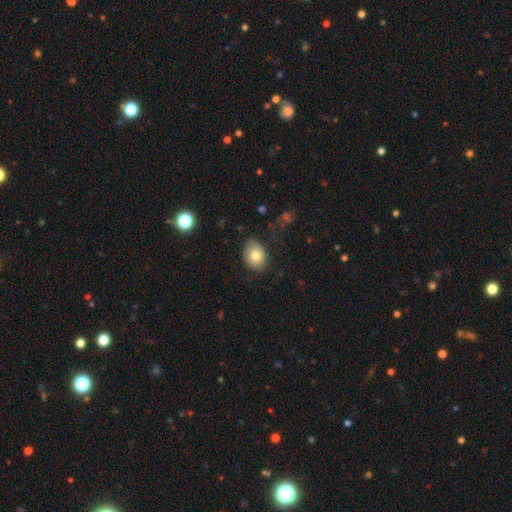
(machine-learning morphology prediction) smooth 79%, featured or disk 13%, star or artifact 8%. Down the decision tree: how rounded — in between (64%); merging — none (73%).